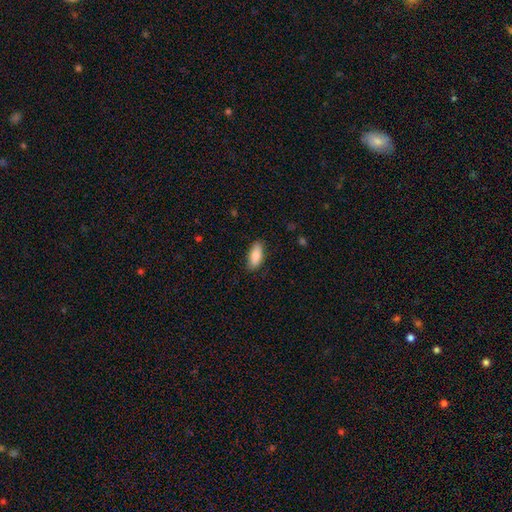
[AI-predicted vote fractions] smooth_or_featured: smooth (p=0.83) [alt: featured or disk p=0.11]
how_rounded: in between (p=0.84) [alt: cigar-shaped p=0.14]
merging: none (p=0.83) [alt: minor disturbance p=0.13]